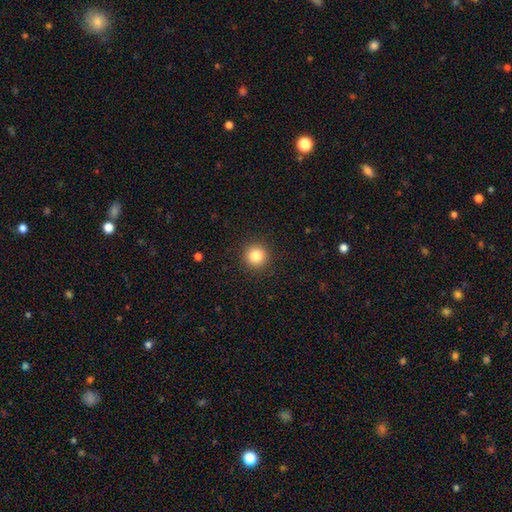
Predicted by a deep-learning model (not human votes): smooth 83%, star or artifact 11%, featured or disk 6%. Down the decision tree: how rounded — round (95%); merging — none (92%).